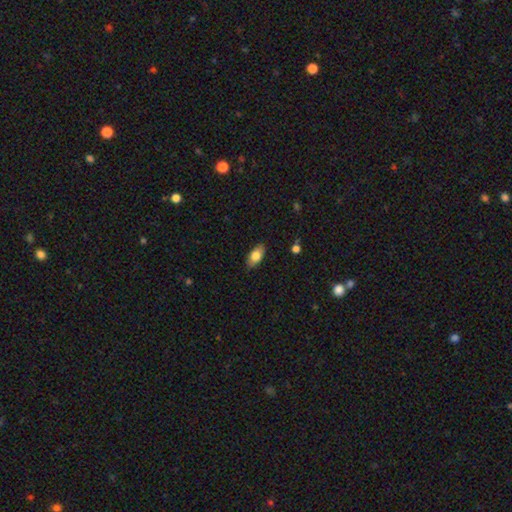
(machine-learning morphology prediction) A smooth galaxy with no disk features (78%) that is in between round and cigar-shaped (90%).

Vote fractions:
- Smooth or featured? smooth: 78% / featured or disk: 15% / star or artifact: 7%
- How rounded? in between: 90% / cigar-shaped: 7% / round: 4%
- Merging? none: 87% / minor disturbance: 10% / major disturbance: 2% / merger: 1%